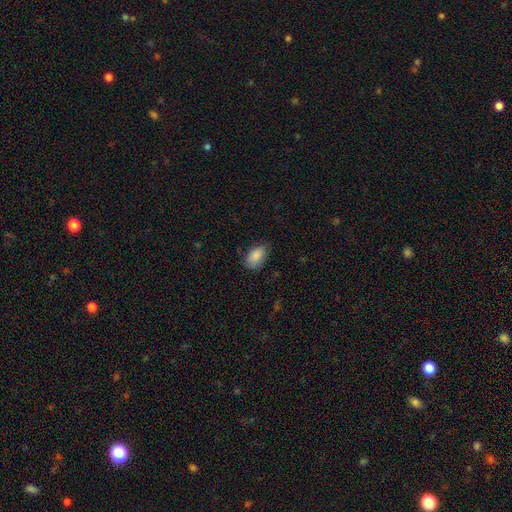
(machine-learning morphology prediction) Smooth or featured? Predicted: smooth (p=0.87). How rounded? Predicted: in between (p=0.92). Merging? Predicted: none (p=0.73).